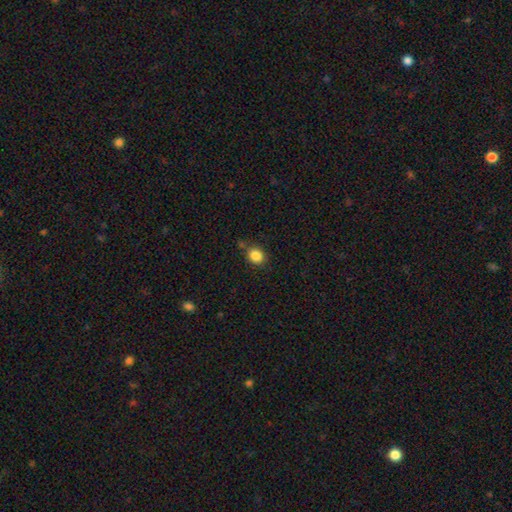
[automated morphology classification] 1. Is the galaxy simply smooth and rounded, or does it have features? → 86% smooth, 10% star or artifact, 4% featured or disk.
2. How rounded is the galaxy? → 62% round, 37% in between, 1% cigar-shaped.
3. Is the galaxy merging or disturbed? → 78% none, 13% minor disturbance, 6% merger, 3% major disturbance.